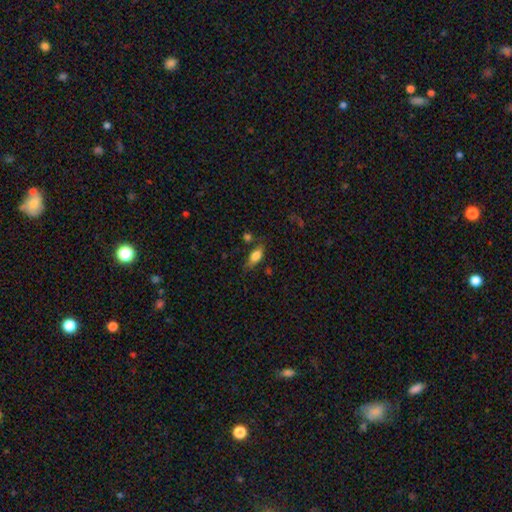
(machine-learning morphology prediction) This appears to be a smooth galaxy with no disk features (76%) that is in between round and cigar-shaped (79%). Merging: none (61%).